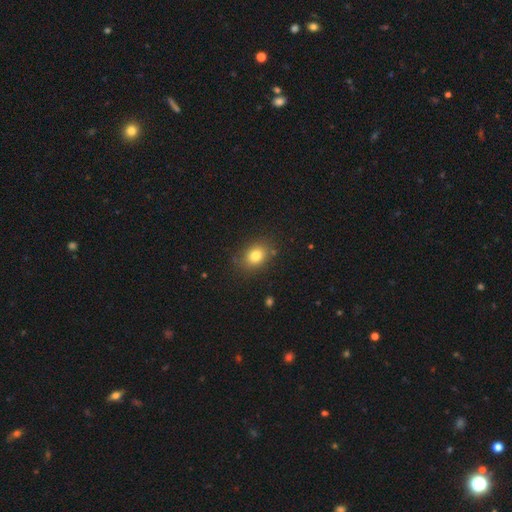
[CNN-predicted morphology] This is likely a smooth galaxy (80%). How rounded: possibly in between (53%). Merging: clearly none (84%).